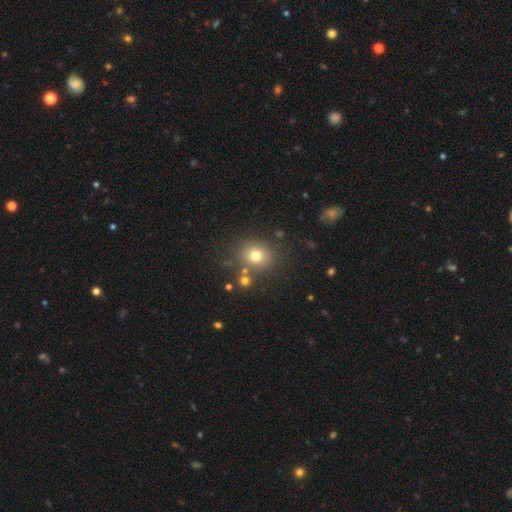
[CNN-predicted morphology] smooth-or-featured: smooth: 75% | star or artifact: 15% | featured or disk: 10%
  how-rounded: round: 80% | in between: 19% | cigar-shaped: 1%
  merging: none: 80% | minor disturbance: 9% | merger: 7% | major disturbance: 4%